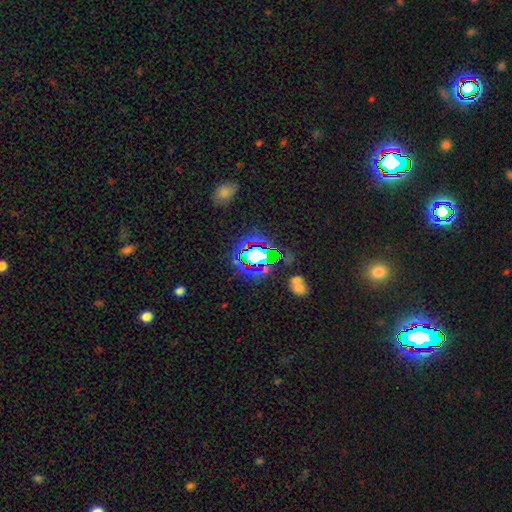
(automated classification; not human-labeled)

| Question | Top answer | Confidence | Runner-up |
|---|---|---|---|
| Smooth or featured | star or artifact | 58% | smooth (26%) |